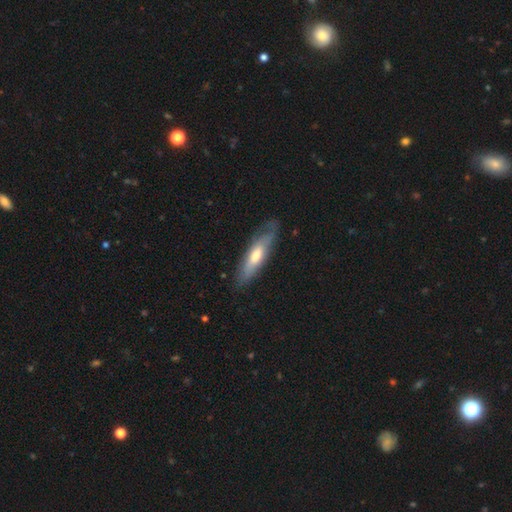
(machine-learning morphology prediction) Smooth or featured? featured or disk (49%)
Merging? none (73%)